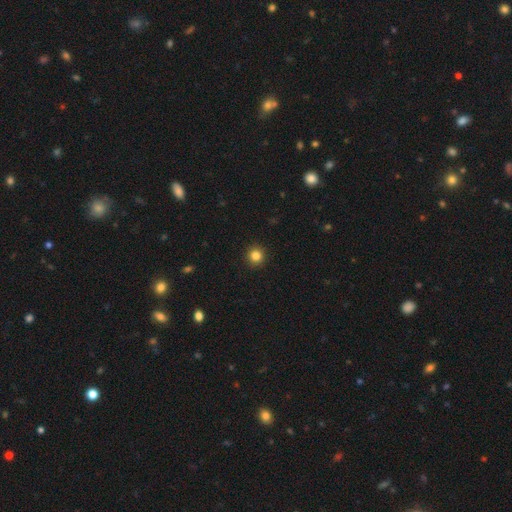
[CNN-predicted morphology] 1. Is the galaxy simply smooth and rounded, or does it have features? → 83% smooth, 12% star or artifact, 4% featured or disk.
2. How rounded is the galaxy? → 95% round, 4% in between, 1% cigar-shaped.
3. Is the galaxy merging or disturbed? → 93% none, 4% minor disturbance, 2% major disturbance, 1% merger.